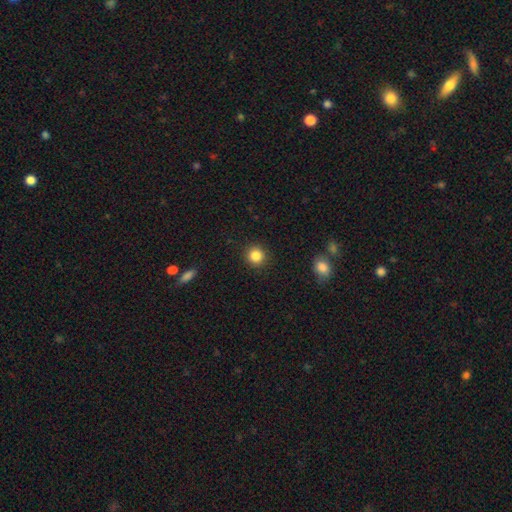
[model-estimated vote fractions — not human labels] Morphology: type=smooth (85%); roundness=round (93%); merging=none (91%).